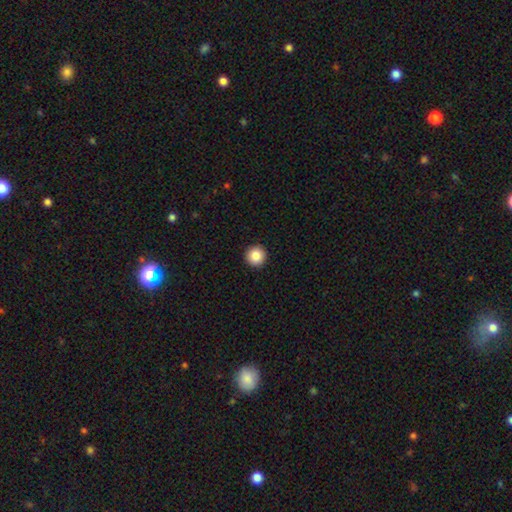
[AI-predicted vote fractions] smooth 86%, star or artifact 9%, featured or disk 5%. Down the decision tree: how rounded — round (96%); merging — none (94%).